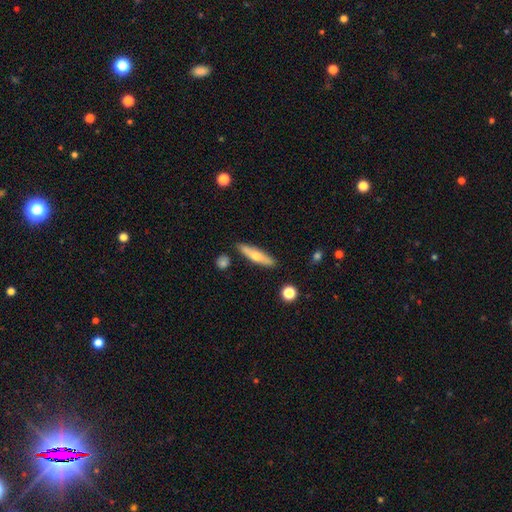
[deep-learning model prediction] Overall: smooth (54%; featured or disk 40%). How rounded: cigar-shaped (77%). Merging: none (86%).